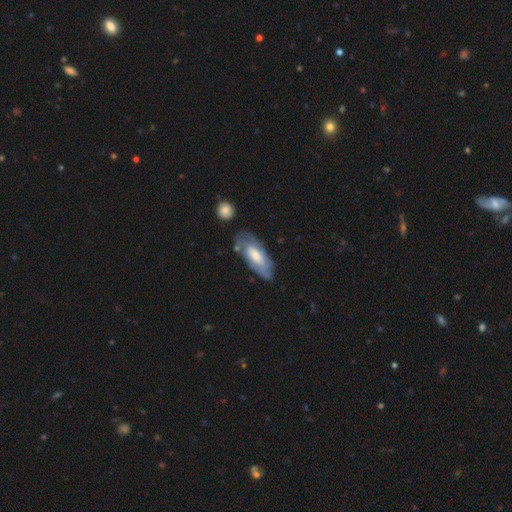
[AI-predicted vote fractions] A featured or disk galaxy (54%).

Vote fractions:
- Smooth or featured? featured or disk: 54% / smooth: 41% / star or artifact: 5%
- Edge-on disk? no: 84% / yes: 16%
- Merging? none: 64% / minor disturbance: 22% / major disturbance: 9% / merger: 5%